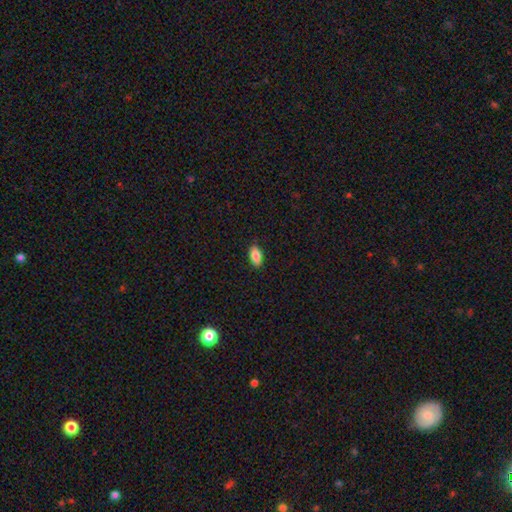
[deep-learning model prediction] Q: Smooth or featured?
A: smooth (86%); runner-up: featured or disk (7%)
Q: How rounded?
A: in between (90%); runner-up: cigar-shaped (7%)
Q: Merging?
A: none (88%); runner-up: minor disturbance (9%)